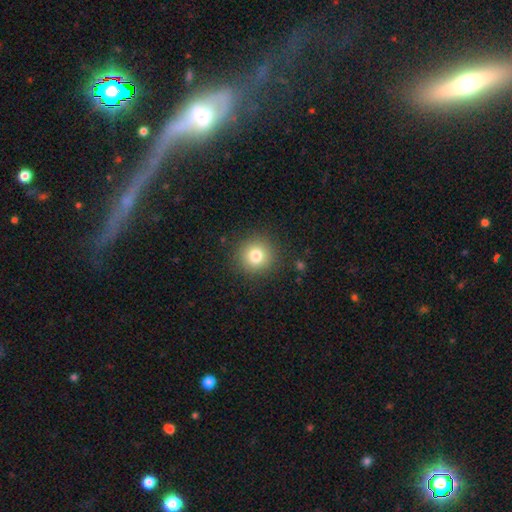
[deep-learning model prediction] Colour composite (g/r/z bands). It shows a smooth galaxy with no disk features (80%) that is round (93%). Merging: none (89%).